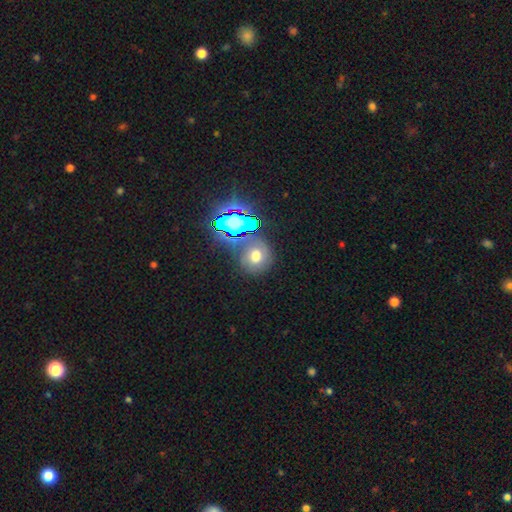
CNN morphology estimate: Smooth or featured?
  - smooth: 55% *
  - star or artifact: 24%
  - featured or disk: 21%
How rounded?
  - round: 83% *
  - in between: 16%
  - cigar-shaped: 1%
Merging?
  - none: 71% *
  - minor disturbance: 14%
  - merger: 9%
  - major disturbance: 6%